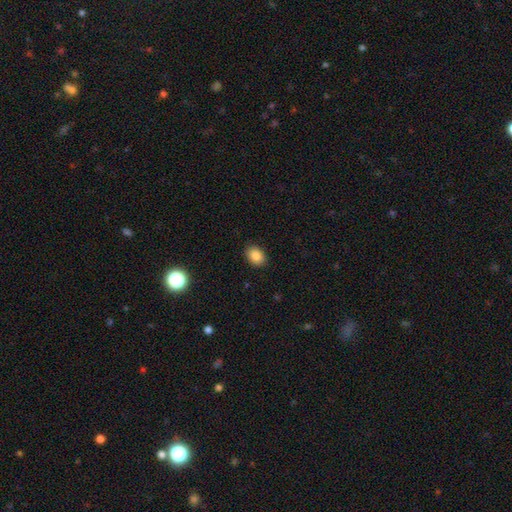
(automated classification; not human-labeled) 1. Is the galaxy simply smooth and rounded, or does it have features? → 86% smooth, 9% star or artifact, 5% featured or disk.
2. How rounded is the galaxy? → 67% in between, 32% round, 1% cigar-shaped.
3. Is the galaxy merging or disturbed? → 89% none, 8% minor disturbance, 2% major disturbance, 1% merger.